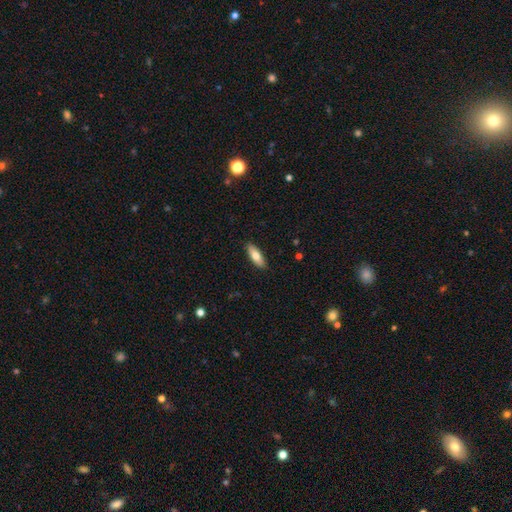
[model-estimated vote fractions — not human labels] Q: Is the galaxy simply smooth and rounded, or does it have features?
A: smooth — 73%.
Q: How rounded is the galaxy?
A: in between — 64%.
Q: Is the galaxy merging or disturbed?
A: none — 90%.